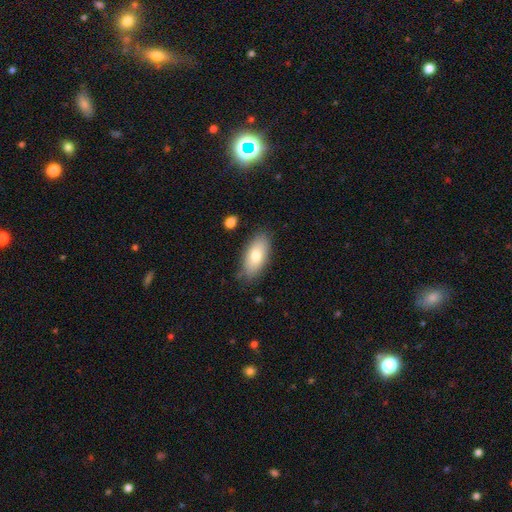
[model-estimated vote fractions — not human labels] Smooth or featured?
  - smooth: 75% *
  - featured or disk: 18%
  - star or artifact: 7%
How rounded?
  - in between: 88% *
  - cigar-shaped: 9%
  - round: 3%
Merging?
  - none: 80% *
  - minor disturbance: 15%
  - major disturbance: 3%
  - merger: 2%